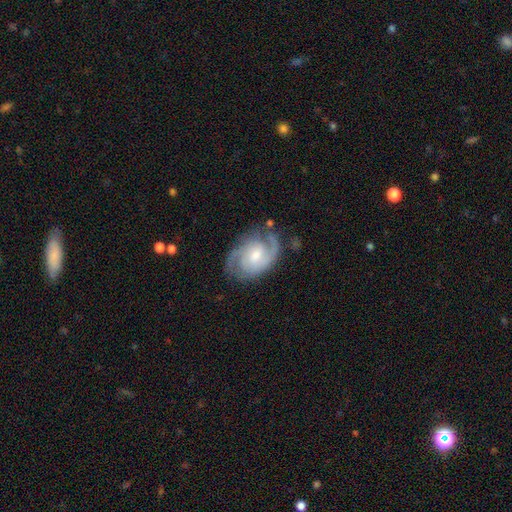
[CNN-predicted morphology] smooth-or-featured: featured or disk: 86% | smooth: 10% | star or artifact: 5%
  disk-edge-on: no: 97% | yes: 3%
    bar: no: 50% | weak: 43% | strong: 7%
    has-spiral-arms: yes: 96% | no: 4%
      spiral-winding: medium: 47% | tight: 40% | loose: 13%
      spiral-arm-count: 2: 63% | 3: 15% | can't tell: 11% | 1: 6% | 4: 3% | more than 4: 3%
    bulge-size: moderate: 52% | small: 39% | large: 5% | none: 3% | dominant: 1%
  merging: none: 70% | minor disturbance: 19% | major disturbance: 9% | merger: 2%